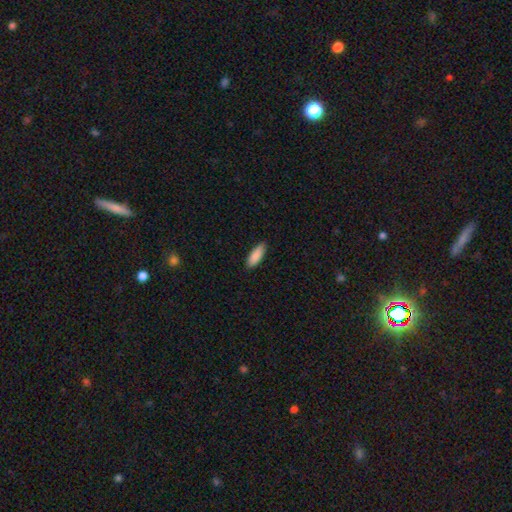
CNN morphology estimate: smooth_or_featured: smooth (p=0.89) [alt: star or artifact p=0.06]
how_rounded: in between (p=0.58) [alt: cigar-shaped p=0.40]
merging: none (p=0.87) [alt: minor disturbance p=0.10]